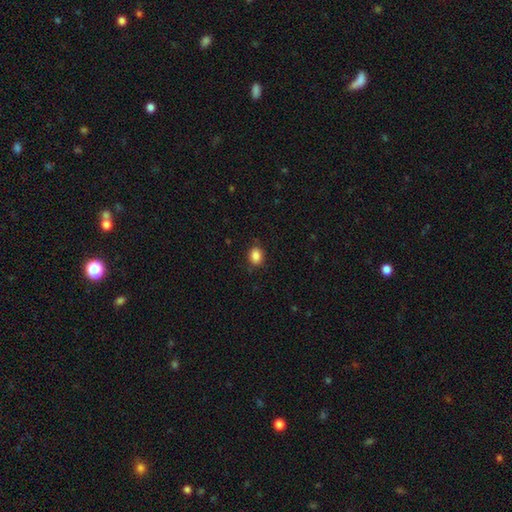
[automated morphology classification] smooth 87%, star or artifact 9%, featured or disk 4%. Down the decision tree: how rounded — in between (58%); merging — none (81%).